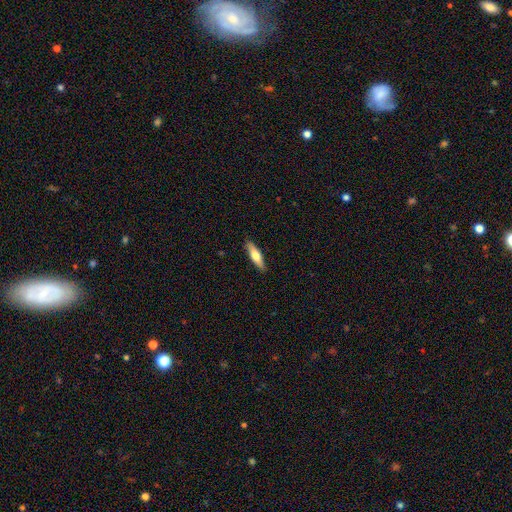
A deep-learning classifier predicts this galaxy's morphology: smooth 62%, featured or disk 32%, star or artifact 5%. Down the decision tree: how rounded — cigar-shaped (65%); merging — none (89%).